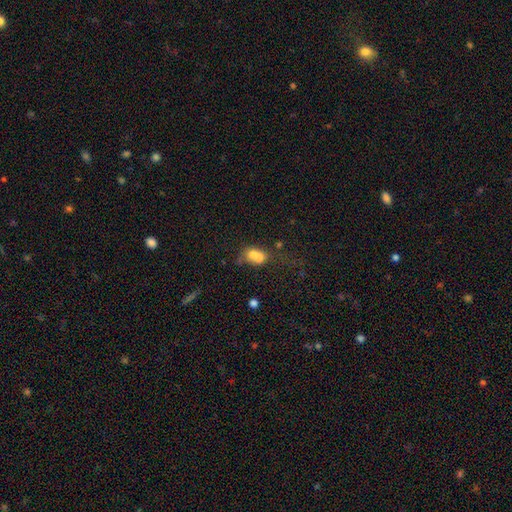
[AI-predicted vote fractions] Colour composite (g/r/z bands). It shows a smooth galaxy with no disk features (74%) that is in between round and cigar-shaped (82%). Merging: none (31%).